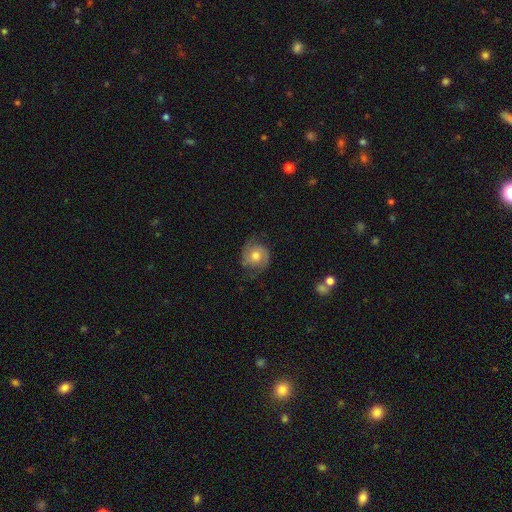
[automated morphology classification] Smooth or featured?
  - featured or disk: 65% *
  - smooth: 27%
  - star or artifact: 8%
Edge-on disk?
  - no: 97% *
  - yes: 3%
Bar?
  - no: 74% *
  - weak: 22%
  - strong: 4%
Spiral arms?
  - yes: 91% *
  - no: 9%
Spiral winding?
  - medium: 43% *
  - tight: 38%
  - loose: 18%
Spiral arm count?
  - 2: 85% *
  - can't tell: 8%
  - 1: 3%
  - 3: 2%
  - 4: 1%
  - more than 4: 1%
Bulge size?
  - moderate: 71% *
  - small: 16%
  - large: 10%
  - none: 2%
  - dominant: 1%
Merging?
  - none: 73% *
  - minor disturbance: 18%
  - major disturbance: 8%
  - merger: 1%